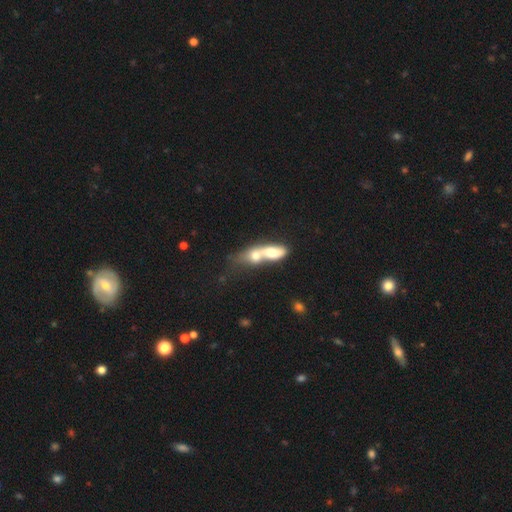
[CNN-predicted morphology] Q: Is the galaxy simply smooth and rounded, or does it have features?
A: smooth — 63%.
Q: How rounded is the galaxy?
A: in between — 60%.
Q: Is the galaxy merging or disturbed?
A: merger — 81%.